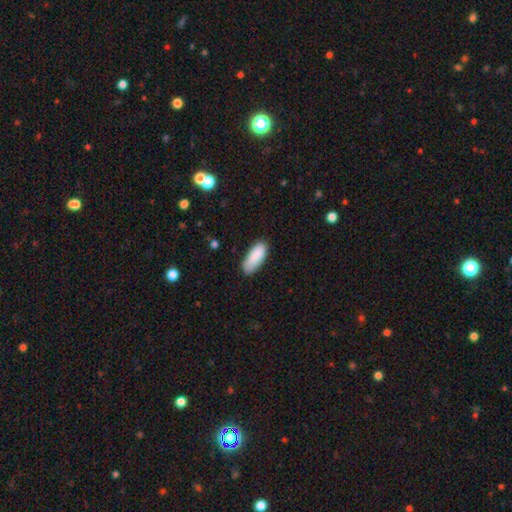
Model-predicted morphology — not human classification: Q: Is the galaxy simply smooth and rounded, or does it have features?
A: smooth — 88%.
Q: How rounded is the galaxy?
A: in between — 82%.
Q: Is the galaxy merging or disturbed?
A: none — 77%.